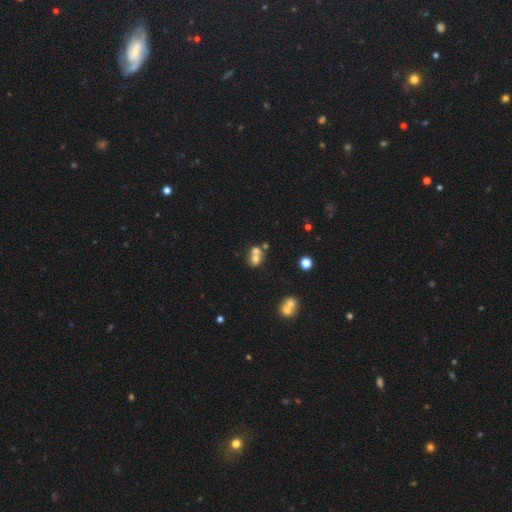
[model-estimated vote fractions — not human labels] A smooth galaxy with no disk features (61%) that is round (65%). Merging: merger (61%).